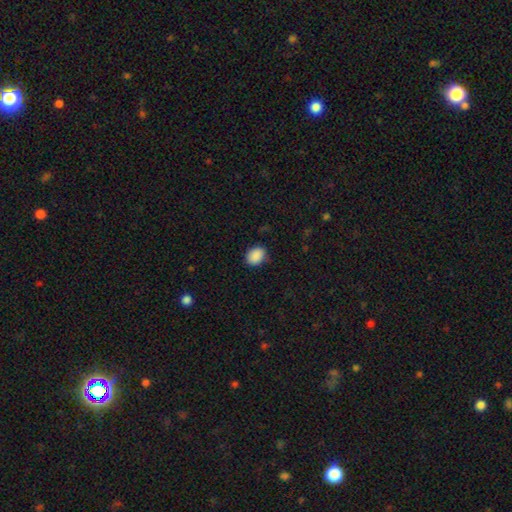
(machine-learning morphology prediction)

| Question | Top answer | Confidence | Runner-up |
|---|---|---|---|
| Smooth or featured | smooth | 90% | star or artifact (8%) |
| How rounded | in between | 65% | round (34%) |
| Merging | none | 85% | minor disturbance (11%) |